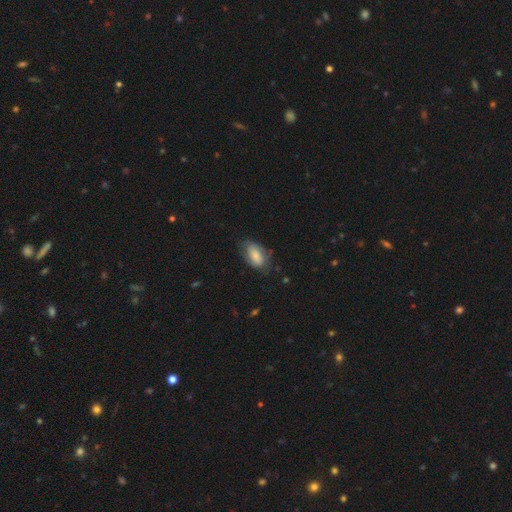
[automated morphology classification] smooth_or_featured: smooth (p=0.76) [alt: featured or disk p=0.17]
how_rounded: in between (p=0.92) [alt: round p=0.05]
merging: none (p=0.58) [alt: minor disturbance p=0.30]